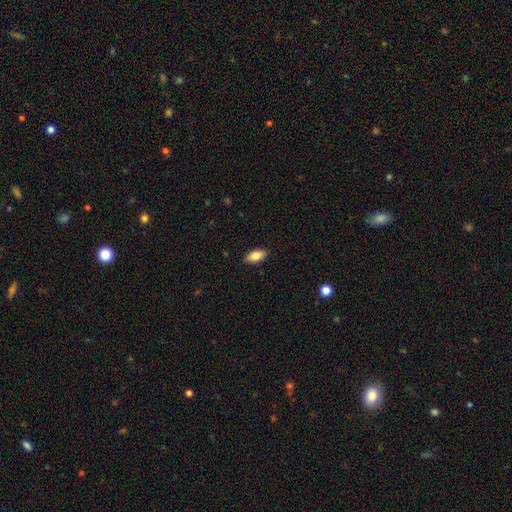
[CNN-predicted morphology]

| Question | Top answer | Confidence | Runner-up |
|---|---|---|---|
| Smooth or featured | smooth | 80% | featured or disk (13%) |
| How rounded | in between | 90% | cigar-shaped (6%) |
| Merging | none | 89% | minor disturbance (9%) |